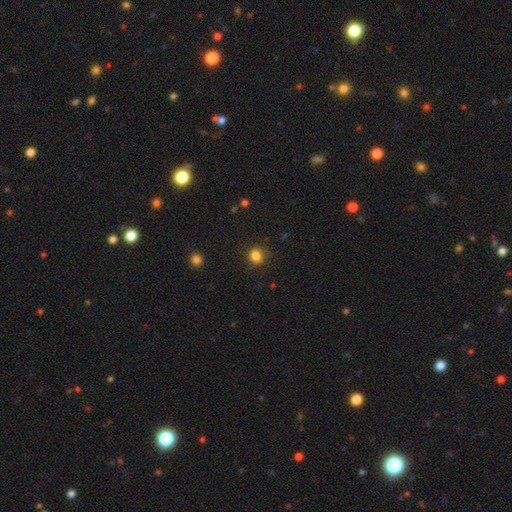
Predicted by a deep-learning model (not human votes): Smooth or featured: smooth — 84% (star or artifact — 12%)
How rounded: round — 64% (in between — 35%)
Merging: none — 80% (minor disturbance — 14%)